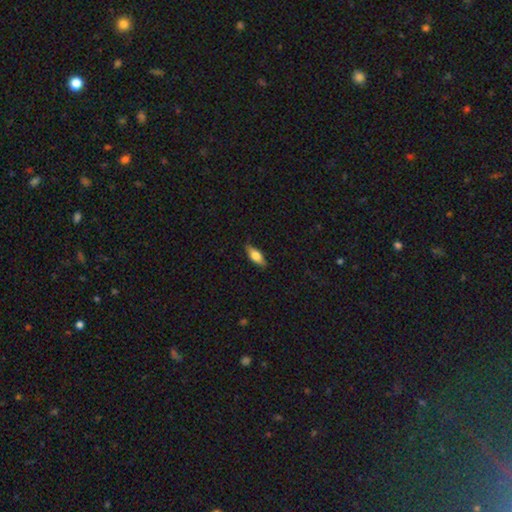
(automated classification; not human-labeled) A smooth galaxy with no disk features (63%) that is in between round and cigar-shaped (70%).

Vote fractions:
- Smooth or featured? smooth: 63% / featured or disk: 31% / star or artifact: 6%
- How rounded? in between: 70% / cigar-shaped: 27% / round: 3%
- Merging? none: 84% / minor disturbance: 13% / major disturbance: 2% / merger: 1%